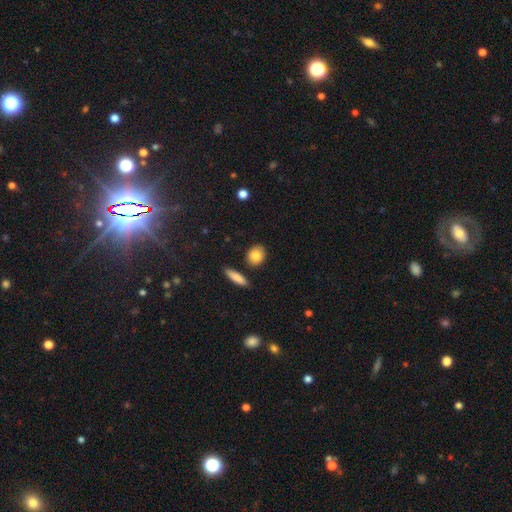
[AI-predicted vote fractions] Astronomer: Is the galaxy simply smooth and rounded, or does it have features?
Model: smooth — 86%.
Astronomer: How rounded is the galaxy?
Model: round — 55% (runner-up: in between, 41%).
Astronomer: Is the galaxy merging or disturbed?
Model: none — 84%.